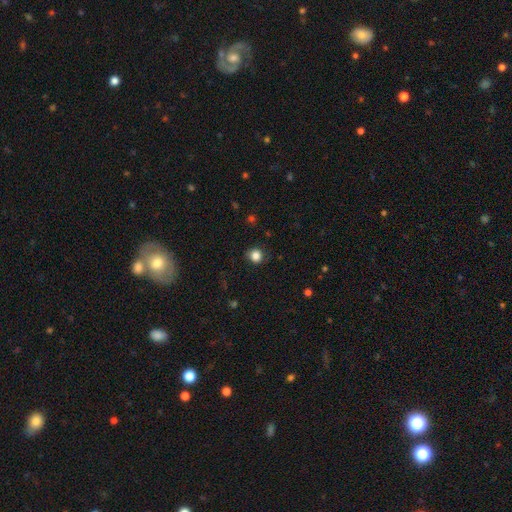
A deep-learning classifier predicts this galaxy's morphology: type=smooth (84%); roundness=round (89%); merging=none (86%).